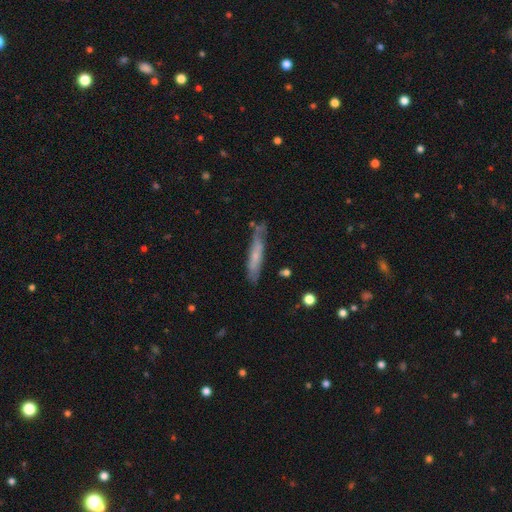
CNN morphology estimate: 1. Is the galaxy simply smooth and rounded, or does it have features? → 51% smooth, 42% featured or disk, 6% star or artifact.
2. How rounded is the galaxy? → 88% cigar-shaped, 11% in between, 2% round.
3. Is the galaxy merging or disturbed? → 65% none, 25% minor disturbance, 6% major disturbance, 4% merger.